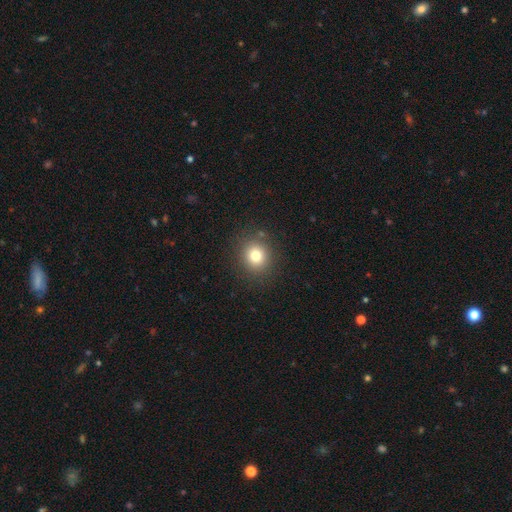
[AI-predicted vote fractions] smooth-or-featured: smooth: 78% | star or artifact: 13% | featured or disk: 8%
  how-rounded: round: 86% | in between: 13% | cigar-shaped: 1%
  merging: none: 88% | minor disturbance: 8% | major disturbance: 3% | merger: 2%